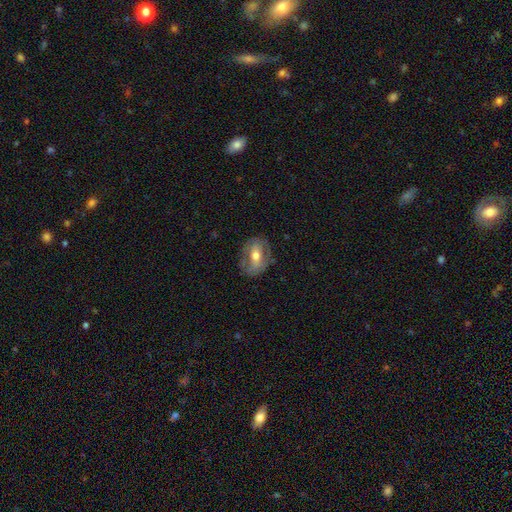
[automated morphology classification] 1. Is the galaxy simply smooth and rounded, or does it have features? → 50% featured or disk, 43% smooth, 7% star or artifact.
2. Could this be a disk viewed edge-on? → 89% no, 11% yes.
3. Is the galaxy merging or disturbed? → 71% none, 19% minor disturbance, 8% major disturbance, 1% merger.